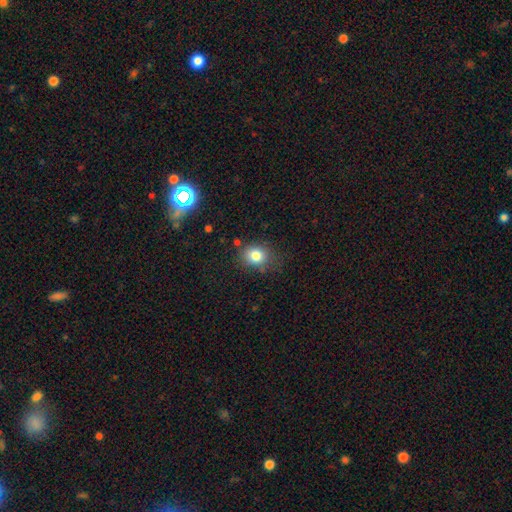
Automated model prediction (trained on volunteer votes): A smooth galaxy with no disk features (81%) that is round (60%).

Vote fractions:
- Smooth or featured? smooth: 81% / star or artifact: 12% / featured or disk: 8%
- How rounded? round: 60% / in between: 39% / cigar-shaped: 1%
- Merging? none: 74% / minor disturbance: 18% / major disturbance: 5% / merger: 3%